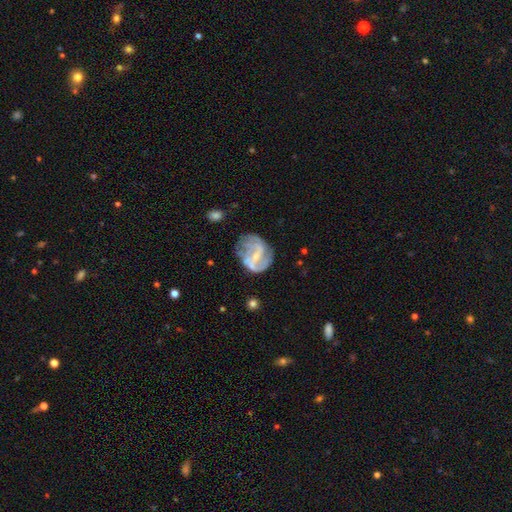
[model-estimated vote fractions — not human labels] A featured or disk galaxy (75%) with a weak bar (48%), 2 (54%) medium (40%) spiral arms (77%) and a small central bulge (58%).

Vote fractions:
- Smooth or featured? featured or disk: 75% / smooth: 18% / star or artifact: 7%
- Edge-on disk? no: 98% / yes: 2%
- Bar? weak: 48% / no: 27% / strong: 26%
- Spiral arms? yes: 77% / no: 23%
- Spiral winding? medium: 40% / loose: 37% / tight: 23%
- Spiral arm count? 2: 54% / can't tell: 25% / 3: 10% / 1: 6% / 4: 3% / more than 4: 3%
- Bulge size? small: 58% / moderate: 21% / none: 19% / large: 2% / dominant: 1%
- Merging? none: 48% / minor disturbance: 25% / major disturbance: 23% / merger: 5%